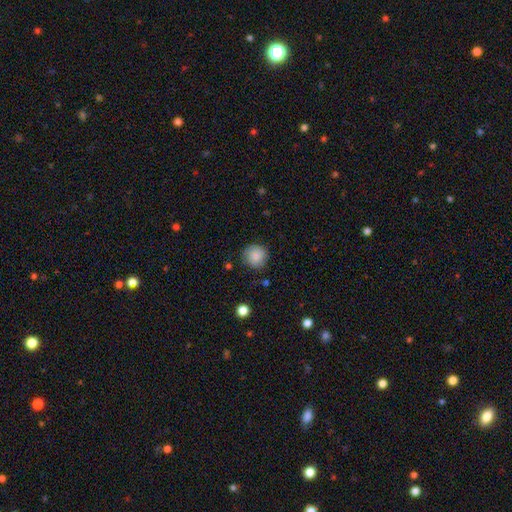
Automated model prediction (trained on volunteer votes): smooth_or_featured: smooth (p=0.87) [alt: star or artifact p=0.08]
how_rounded: round (p=0.92) [alt: in between p=0.07]
merging: none (p=0.83) [alt: minor disturbance p=0.12]